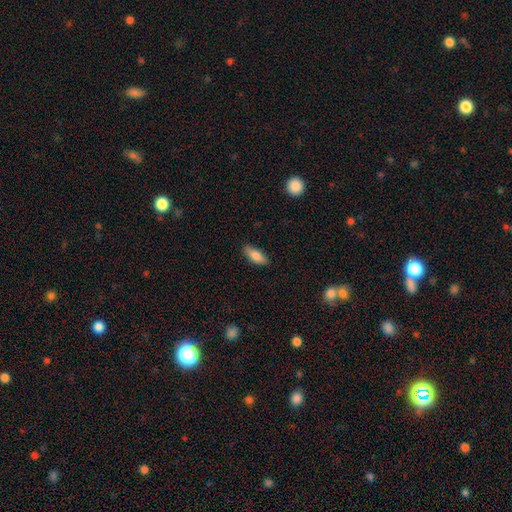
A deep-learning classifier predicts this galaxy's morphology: type=smooth (82%); roundness=in between (77%); merging=none (85%).